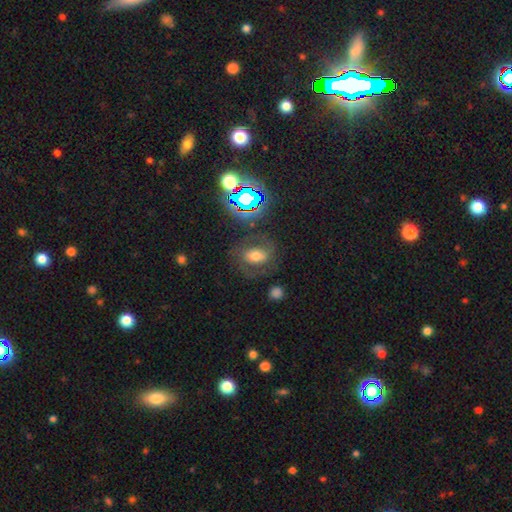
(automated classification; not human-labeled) This appears to be a featured or disk galaxy (51%). Merging: none (70%).